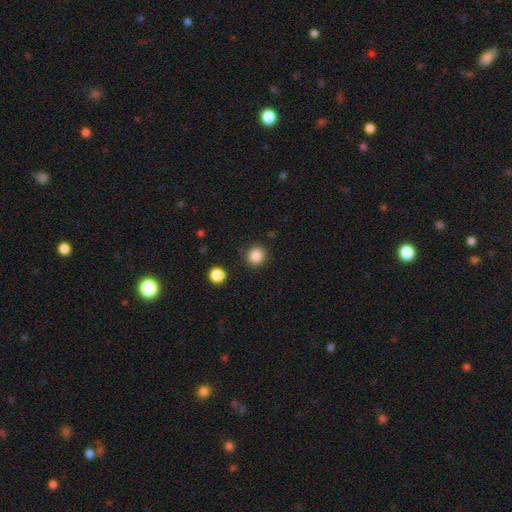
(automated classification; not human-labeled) The model was most divided on "smooth or featured": smooth: 86%, star or artifact: 10%, featured or disk: 4%. More confident: how rounded — round (90%); merging — none (89%).